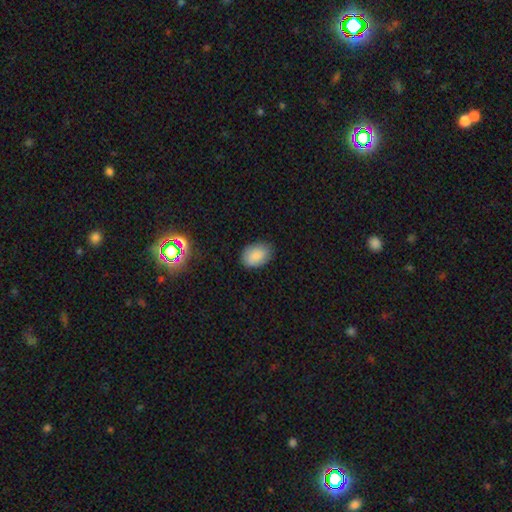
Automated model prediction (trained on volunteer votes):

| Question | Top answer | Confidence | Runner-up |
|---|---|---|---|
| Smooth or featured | smooth | 85% | star or artifact (8%) |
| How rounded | in between | 83% | round (16%) |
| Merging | none | 81% | minor disturbance (15%) |